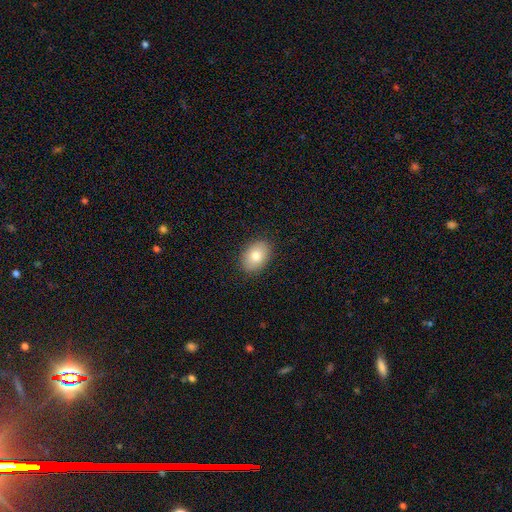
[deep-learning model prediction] smooth_or_featured: smooth (p=0.79) [alt: featured or disk p=0.13]
how_rounded: in between (p=0.80) [alt: round p=0.19]
merging: none (p=0.89) [alt: minor disturbance p=0.08]